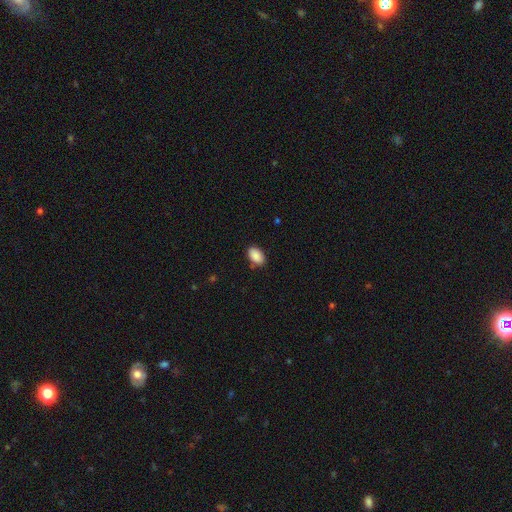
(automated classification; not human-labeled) This appears to be a smooth galaxy with no disk features (89%) that is in between round and cigar-shaped (91%). Merging: none (83%).